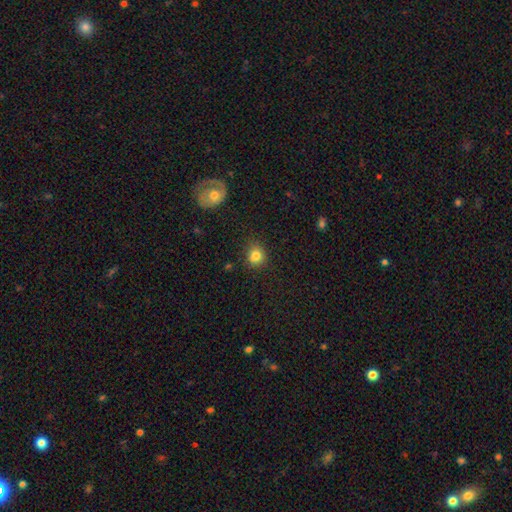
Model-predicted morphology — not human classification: type=smooth (80%); roundness=round (75%); merging=none (71%).